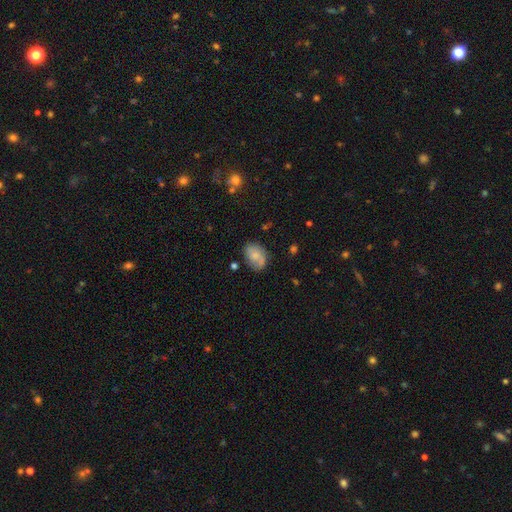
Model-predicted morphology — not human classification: Q: Smooth or featured?
A: smooth (61%); runner-up: featured or disk (30%)
Q: How rounded?
A: in between (76%); runner-up: round (23%)
Q: Merging?
A: none (62%); runner-up: minor disturbance (24%)